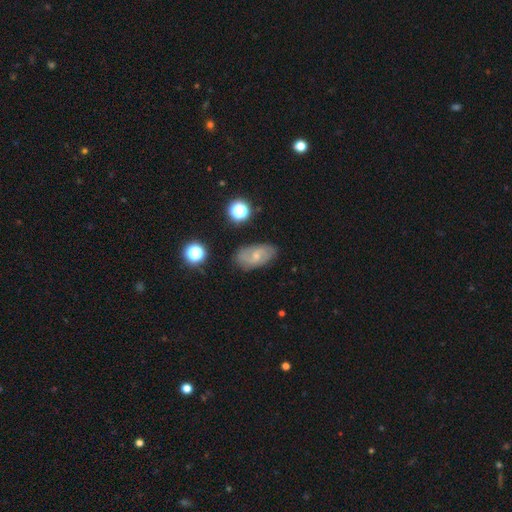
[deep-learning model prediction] This is possibly a featured or disk galaxy (55%). It is clearly not viewed edge-on (94%). Bar: possibly no (48%). Spiral arm pattern: clearly yes (82%). Central bulge: likely small (61%). Merging: likely none (77%).